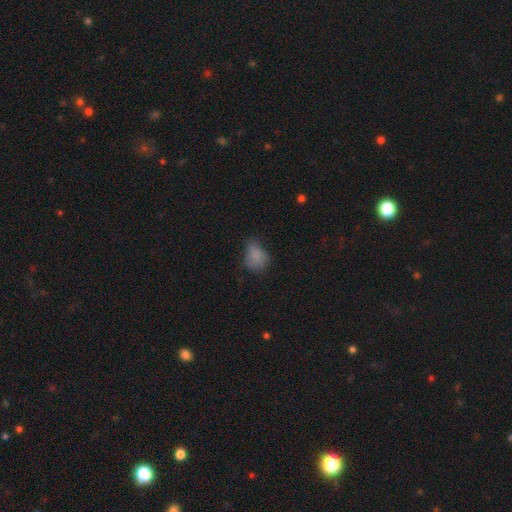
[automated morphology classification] This is likely a smooth galaxy (76%). How rounded: likely in between (61%). Merging: marginally none (44%).